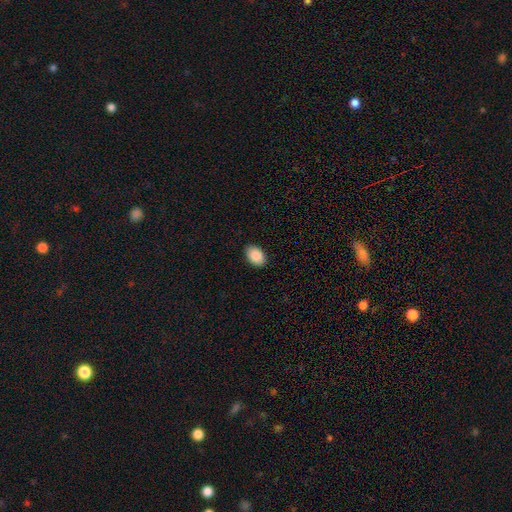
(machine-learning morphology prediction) A smooth galaxy with no disk features (88%) that is in between round and cigar-shaped (88%).

Vote fractions:
- Smooth or featured? smooth: 88% / star or artifact: 7% / featured or disk: 5%
- How rounded? in between: 88% / round: 11% / cigar-shaped: 1%
- Merging? none: 90% / minor disturbance: 8% / major disturbance: 2% / merger: 1%